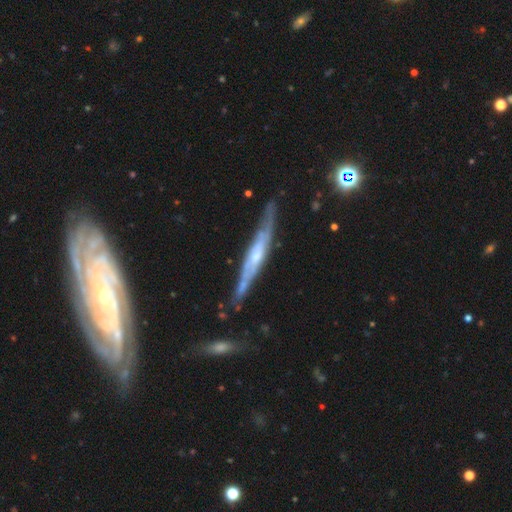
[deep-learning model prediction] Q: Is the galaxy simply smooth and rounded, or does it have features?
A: featured or disk — 76%.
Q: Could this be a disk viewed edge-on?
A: yes — 76%.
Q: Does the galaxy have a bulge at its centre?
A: rounded — 45%.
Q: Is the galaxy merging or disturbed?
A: none — 69%.